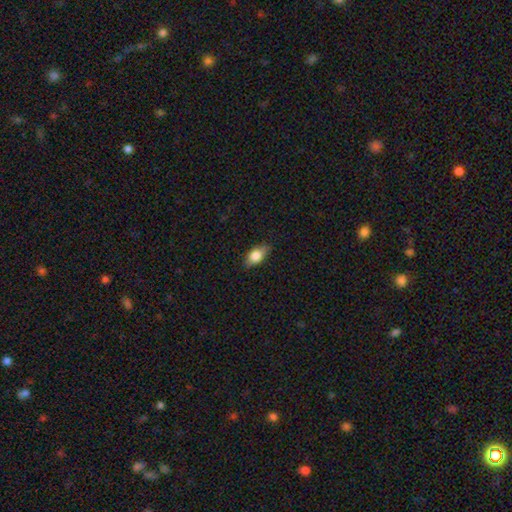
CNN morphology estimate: Smooth or featured?
  - smooth: 78% *
  - featured or disk: 15%
  - star or artifact: 7%
How rounded?
  - in between: 86% *
  - round: 7%
  - cigar-shaped: 6%
Merging?
  - none: 83% *
  - minor disturbance: 14%
  - major disturbance: 3%
  - merger: 1%